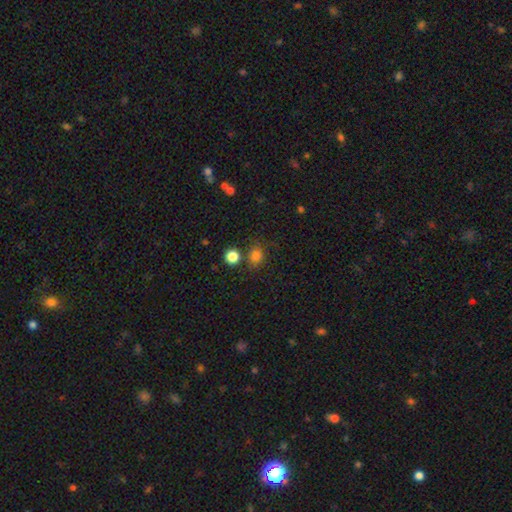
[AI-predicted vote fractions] Smooth or featured: smooth — 80% (star or artifact — 14%)
How rounded: round — 72% (in between — 27%)
Merging: none — 69% (merger — 13%)